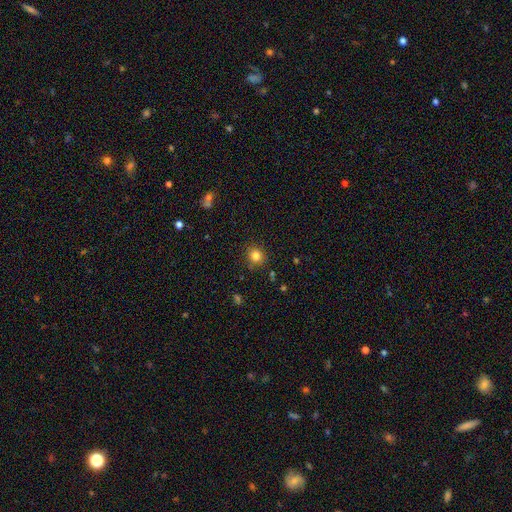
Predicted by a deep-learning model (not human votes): Smooth or featured? Predicted: smooth (p=0.82). How rounded? Predicted: round (p=0.85). Merging? Predicted: none (p=0.87).